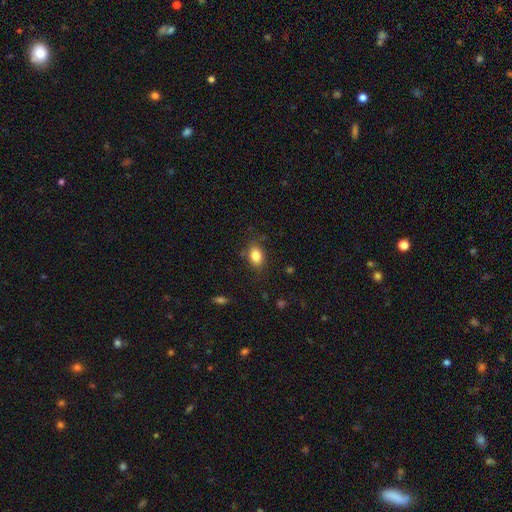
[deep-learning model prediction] A smooth galaxy with no disk features (84%) that is in between round and cigar-shaped (77%).

Vote fractions:
- Smooth or featured? smooth: 84% / star or artifact: 9% / featured or disk: 7%
- How rounded? in between: 77% / round: 21% / cigar-shaped: 2%
- Merging? none: 80% / minor disturbance: 14% / major disturbance: 4% / merger: 2%